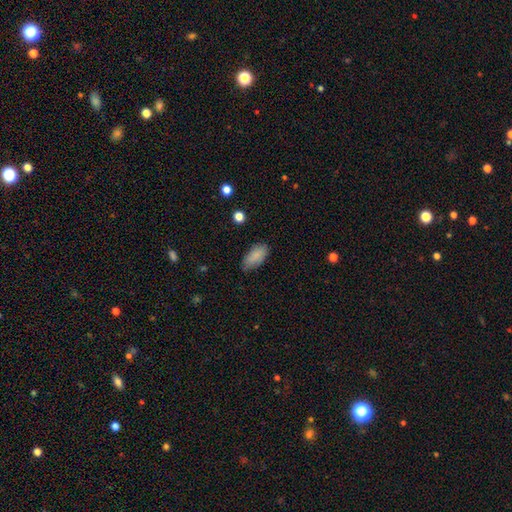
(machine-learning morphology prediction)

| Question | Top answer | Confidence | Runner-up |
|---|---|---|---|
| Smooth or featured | smooth | 85% | featured or disk (8%) |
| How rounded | in between | 92% | cigar-shaped (6%) |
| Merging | none | 70% | minor disturbance (24%) |